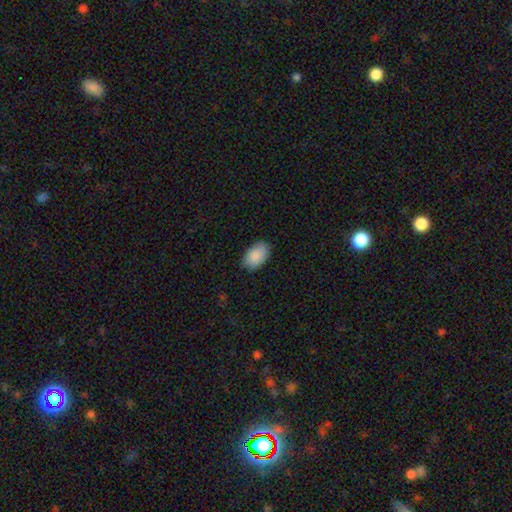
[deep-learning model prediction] This appears to be a smooth galaxy with no disk features (90%) that is in between round and cigar-shaped (93%). Merging: none (86%).